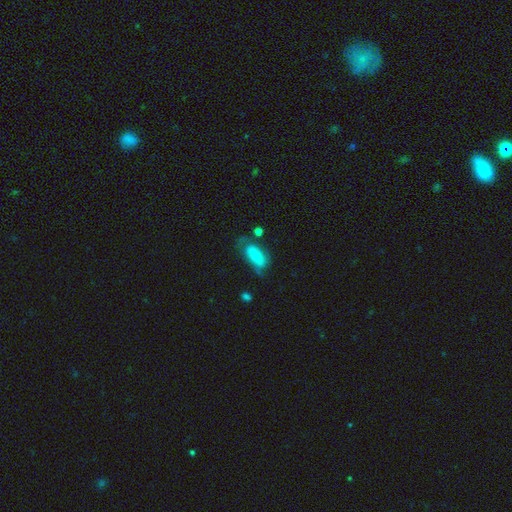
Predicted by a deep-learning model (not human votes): A smooth galaxy with no disk features (49%). Merging: none (42%).